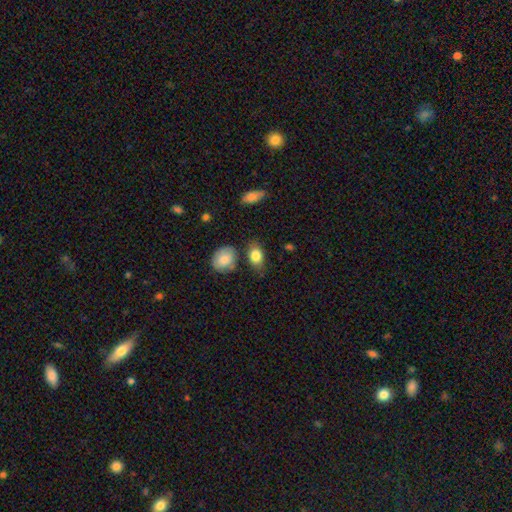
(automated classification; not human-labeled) smooth-or-featured: smooth: 83% | featured or disk: 10% | star or artifact: 8%
  how-rounded: in between: 83% | round: 15% | cigar-shaped: 2%
  merging: none: 73% | minor disturbance: 16% | merger: 7% | major disturbance: 4%